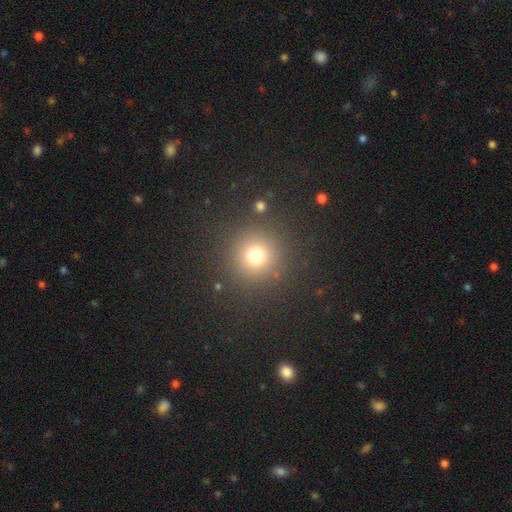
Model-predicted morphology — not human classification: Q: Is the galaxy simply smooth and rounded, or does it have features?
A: smooth — 73%.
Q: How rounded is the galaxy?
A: round — 95%.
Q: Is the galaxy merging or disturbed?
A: none — 87%.